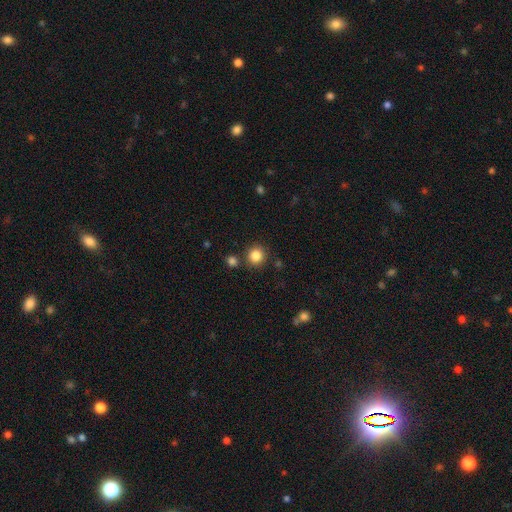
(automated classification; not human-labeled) Overall: smooth (85%). How rounded: round (92%). Merging: none (83%).